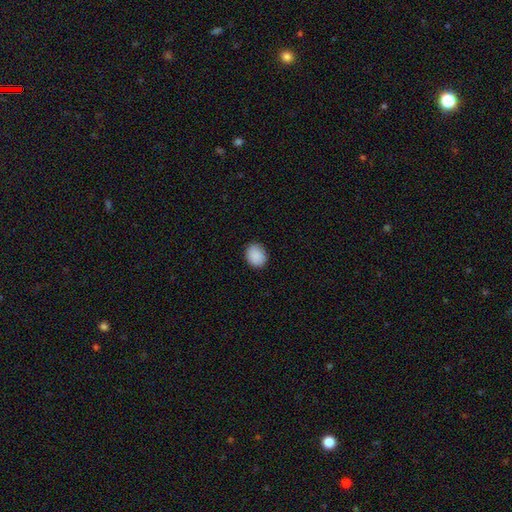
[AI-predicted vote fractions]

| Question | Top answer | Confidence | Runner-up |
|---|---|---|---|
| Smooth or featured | smooth | 90% | star or artifact (7%) |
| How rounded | round | 56% | in between (43%) |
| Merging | none | 87% | minor disturbance (10%) |